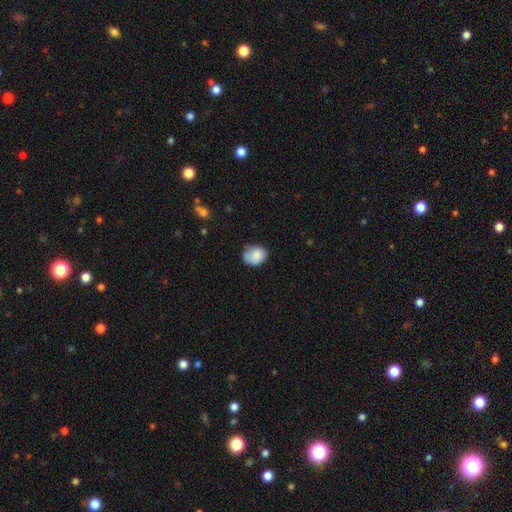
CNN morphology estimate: smooth-or-featured: smooth: 82% | featured or disk: 10% | star or artifact: 8%
  how-rounded: round: 57% | in between: 42% | cigar-shaped: 1%
  merging: none: 57% | minor disturbance: 31% | major disturbance: 8% | merger: 4%